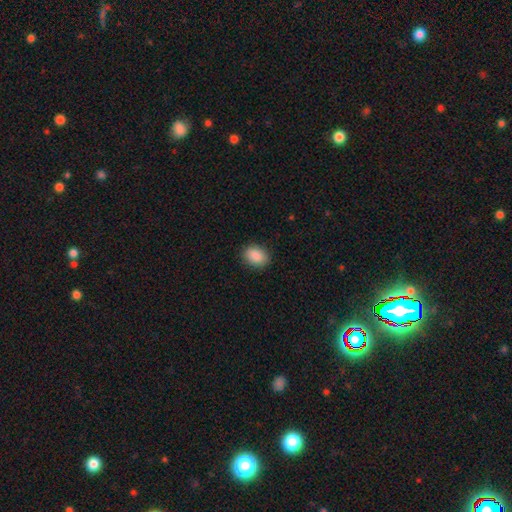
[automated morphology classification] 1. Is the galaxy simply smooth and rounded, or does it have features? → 89% smooth, 7% star or artifact, 3% featured or disk.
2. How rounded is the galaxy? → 73% in between, 26% round, 1% cigar-shaped.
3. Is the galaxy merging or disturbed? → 88% none, 9% minor disturbance, 2% major disturbance, 1% merger.